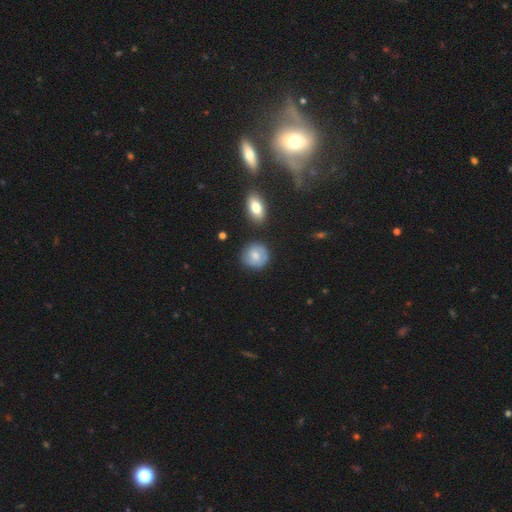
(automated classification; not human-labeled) Morphology: type=smooth (66%); roundness=round (85%); merging=none (79%).